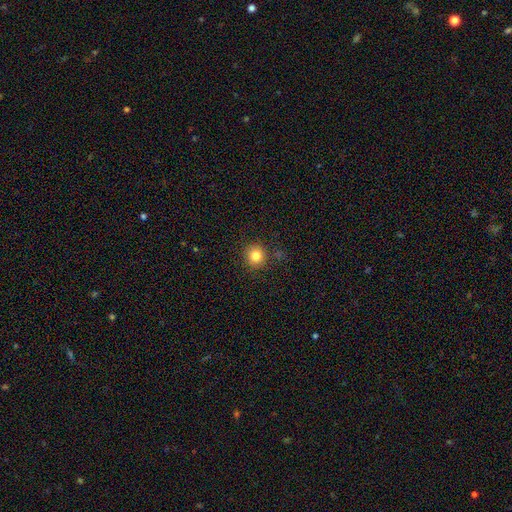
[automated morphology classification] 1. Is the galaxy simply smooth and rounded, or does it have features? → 82% smooth, 12% star or artifact, 6% featured or disk.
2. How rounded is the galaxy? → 92% round, 7% in between, 1% cigar-shaped.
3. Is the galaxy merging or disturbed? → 88% none, 8% minor disturbance, 2% major disturbance, 2% merger.